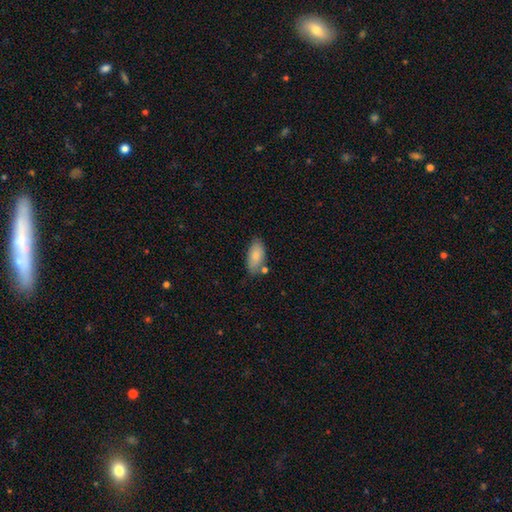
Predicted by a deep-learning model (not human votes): A smooth galaxy with no disk features (83%) that is in between round and cigar-shaped (91%). Merging: none (71%).